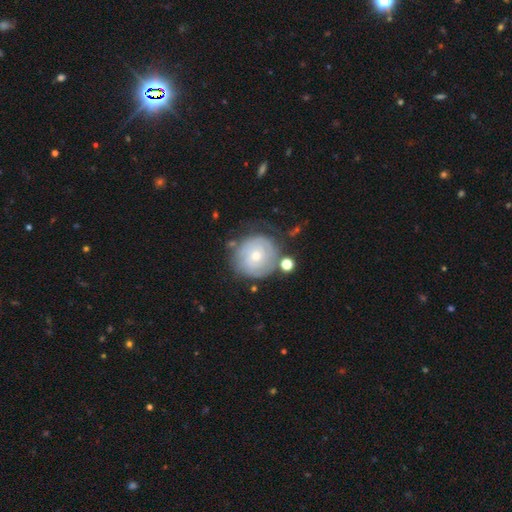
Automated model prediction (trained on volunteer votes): featured or disk 64%, smooth 29%, star or artifact 7%. Down the decision tree: edge-on disk — no (97%); bar — no (79%); spiral arms — yes (81%); spiral arm count — can't tell (52%); spiral winding — tight (78%); bulge size — small (49%); merging — none (68%).